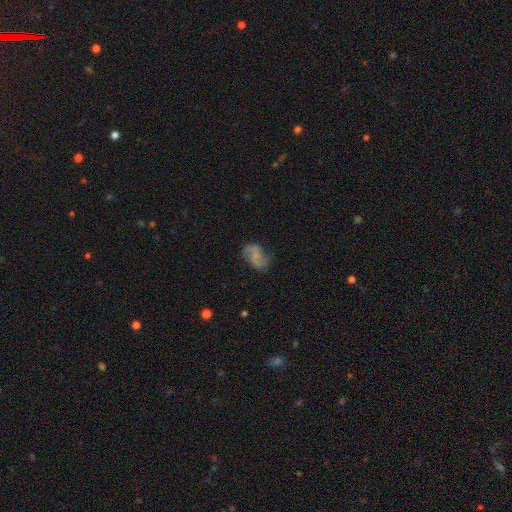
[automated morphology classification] type=featured or disk (59%); edge-on=no (97%); bar=no (52%); spiral arms=yes (90%); winding=loose (57%); arm count=2 (88%); bulge=none (53%); merging=none (69%).